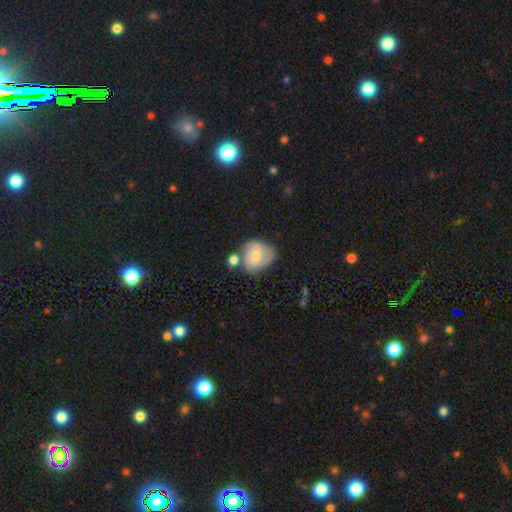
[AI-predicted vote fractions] Smooth or featured? smooth (49%)
Merging? none (45%)